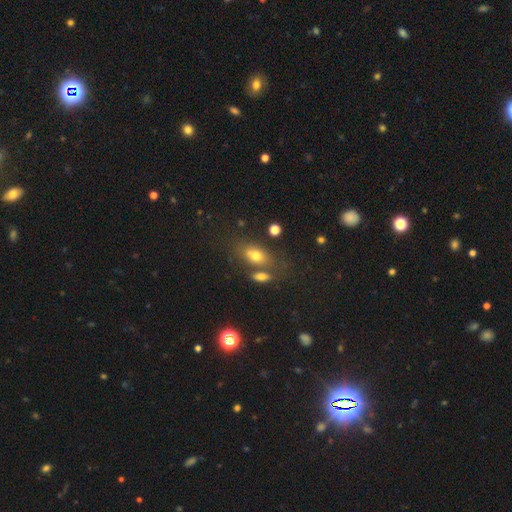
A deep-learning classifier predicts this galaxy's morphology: Smooth or featured?
  - smooth: 69% *
  - featured or disk: 17%
  - star or artifact: 14%
How rounded?
  - in between: 80% *
  - round: 14%
  - cigar-shaped: 6%
Merging?
  - none: 57% *
  - merger: 23%
  - minor disturbance: 14%
  - major disturbance: 6%